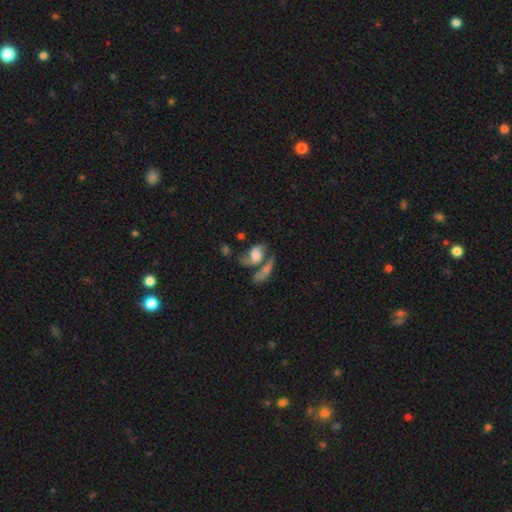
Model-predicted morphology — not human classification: This is possibly a featured or disk galaxy (52%). It is clearly not viewed edge-on (94%). Merging: marginally merger (42%).